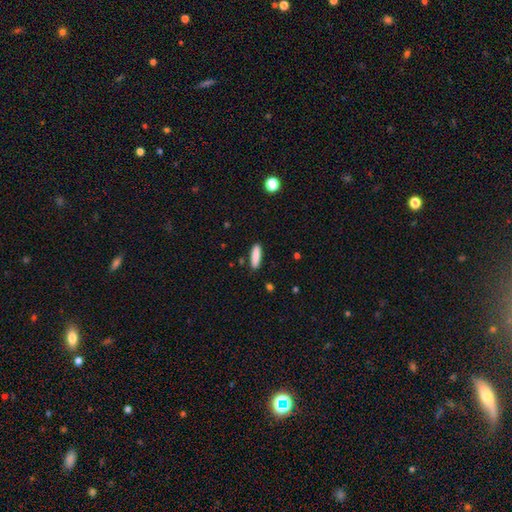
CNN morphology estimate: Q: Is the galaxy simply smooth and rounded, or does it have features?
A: smooth — 87%.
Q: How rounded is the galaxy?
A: cigar-shaped — 66%.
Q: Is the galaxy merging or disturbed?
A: none — 87%.